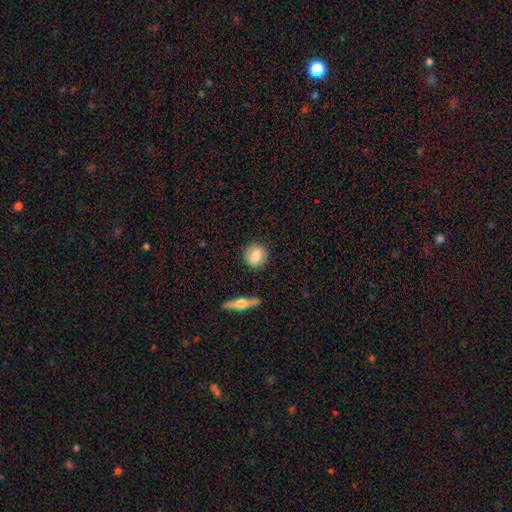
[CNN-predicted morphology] A smooth galaxy with no disk features (81%) that is round (81%). Merging: none (87%).